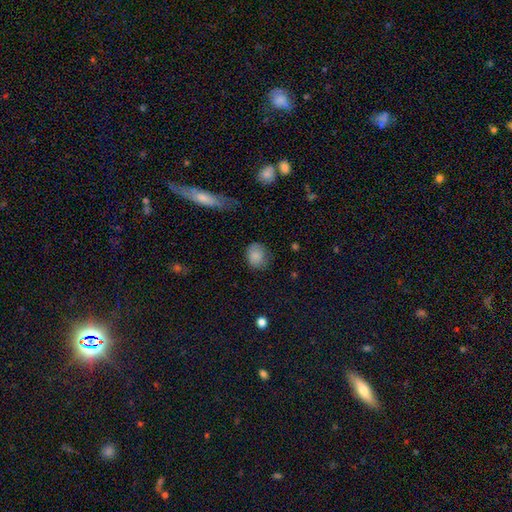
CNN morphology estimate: This appears to be a smooth galaxy with no disk features (84%) that is round (61%). Merging: none (70%).